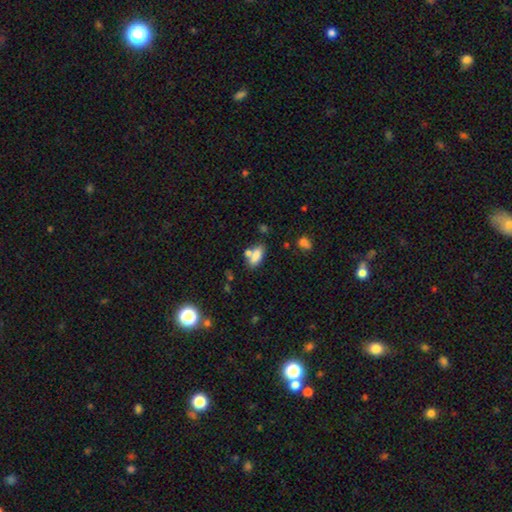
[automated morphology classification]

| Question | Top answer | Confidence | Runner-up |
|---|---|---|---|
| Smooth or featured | smooth | 80% | featured or disk (10%) |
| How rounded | in between | 79% | cigar-shaped (18%) |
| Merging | none | 55% | merger (25%) |